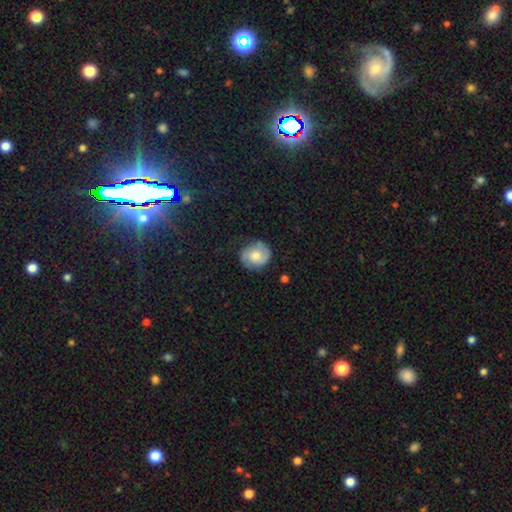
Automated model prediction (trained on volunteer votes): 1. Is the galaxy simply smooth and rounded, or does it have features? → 48% featured or disk, 44% smooth, 8% star or artifact.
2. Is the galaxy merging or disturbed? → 78% none, 16% minor disturbance, 5% major disturbance, 1% merger.